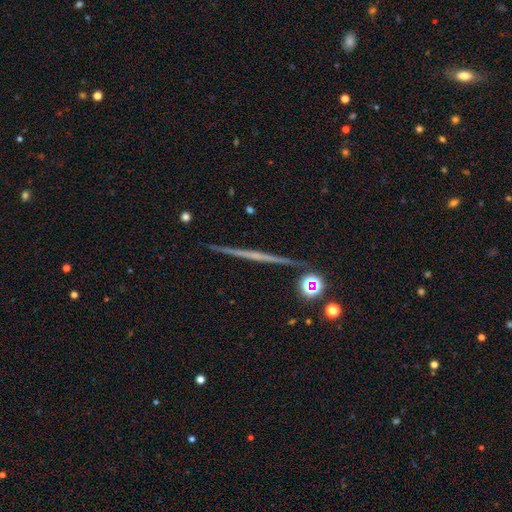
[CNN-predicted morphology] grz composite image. It shows a featured or disk galaxy (71%) viewed edge-on (98%) with no central bulge (76%). Merging: none (92%).